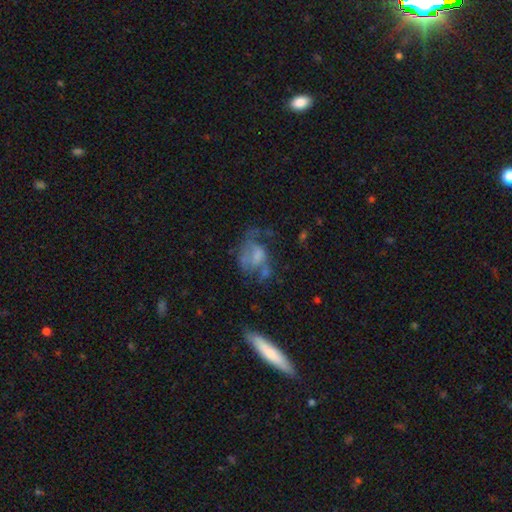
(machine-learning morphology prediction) smooth-or-featured: featured or disk: 50% | smooth: 38% | star or artifact: 12%
  disk-edge-on: no: 97% | yes: 3%
  merging: major disturbance: 45% | none: 26% | minor disturbance: 20% | merger: 10%